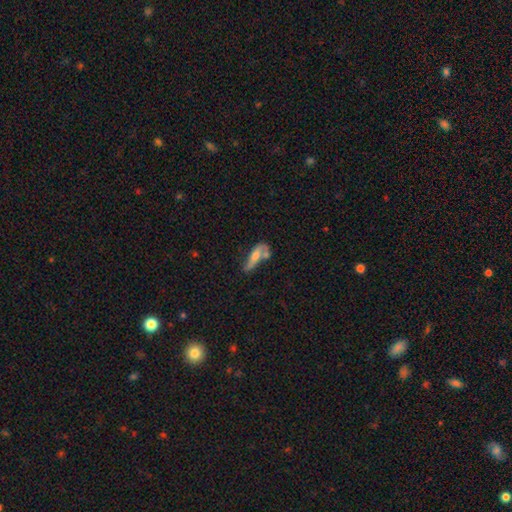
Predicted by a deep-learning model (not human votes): smooth-or-featured: smooth: 52% | featured or disk: 40% | star or artifact: 8%
  how-rounded: cigar-shaped: 49% | in between: 47% | round: 4%
  merging: none: 33% | merger: 30% | minor disturbance: 21% | major disturbance: 17%